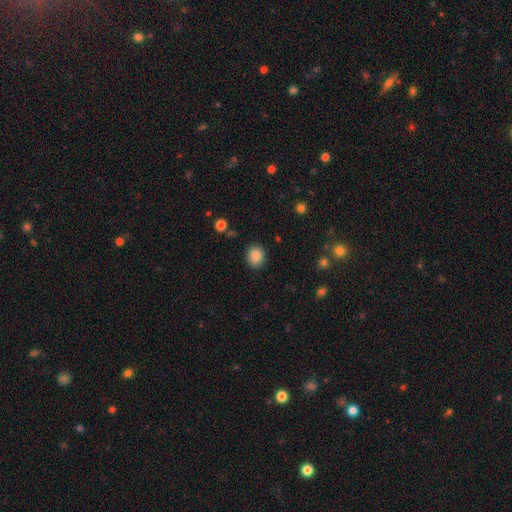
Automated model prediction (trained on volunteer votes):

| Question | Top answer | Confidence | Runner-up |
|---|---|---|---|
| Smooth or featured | smooth | 87% | star or artifact (9%) |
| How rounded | round | 74% | in between (26%) |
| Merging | none | 88% | minor disturbance (8%) |